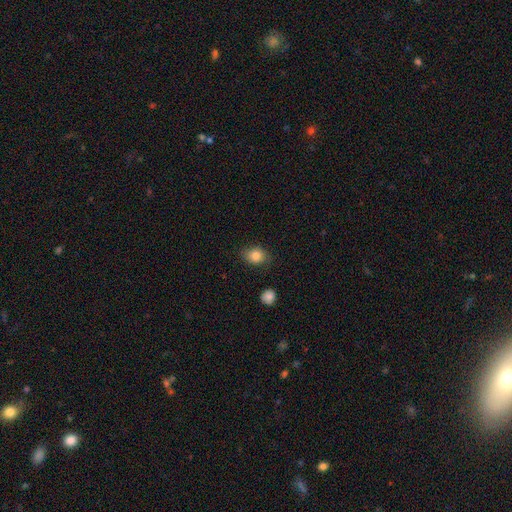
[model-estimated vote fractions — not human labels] A smooth galaxy with no disk features (83%) that is in between round and cigar-shaped (53%).

Vote fractions:
- Smooth or featured? smooth: 83% / star or artifact: 9% / featured or disk: 7%
- How rounded? in between: 53% / round: 46% / cigar-shaped: 1%
- Merging? none: 75% / minor disturbance: 19% / major disturbance: 4% / merger: 2%